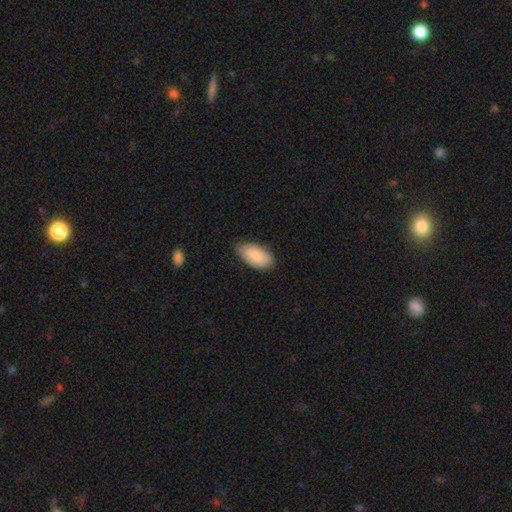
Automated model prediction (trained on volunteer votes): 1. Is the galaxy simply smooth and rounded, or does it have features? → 88% smooth, 6% featured or disk, 6% star or artifact.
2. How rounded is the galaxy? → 94% in between, 4% cigar-shaped, 2% round.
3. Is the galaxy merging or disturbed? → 76% none, 20% minor disturbance, 3% major disturbance, 1% merger.